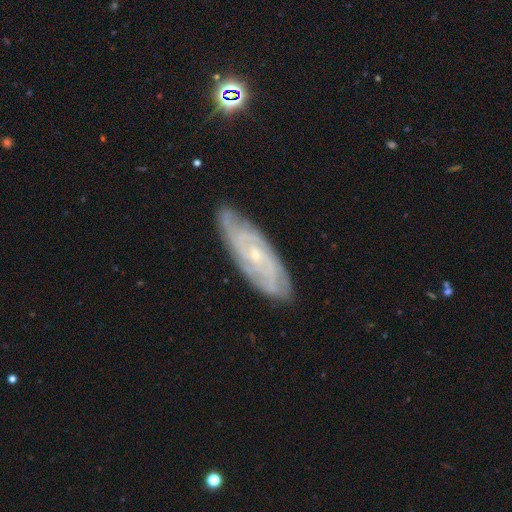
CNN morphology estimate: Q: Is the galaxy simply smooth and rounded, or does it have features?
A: featured or disk — 81%.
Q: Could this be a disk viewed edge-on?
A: no — 86%.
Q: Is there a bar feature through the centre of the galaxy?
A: no — 72%.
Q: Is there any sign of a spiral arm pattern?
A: yes — 94%.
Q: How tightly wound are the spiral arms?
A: tight — 70%.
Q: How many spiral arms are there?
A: can't tell — 42%.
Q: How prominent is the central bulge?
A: small — 76%.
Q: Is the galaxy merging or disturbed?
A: none — 80%.